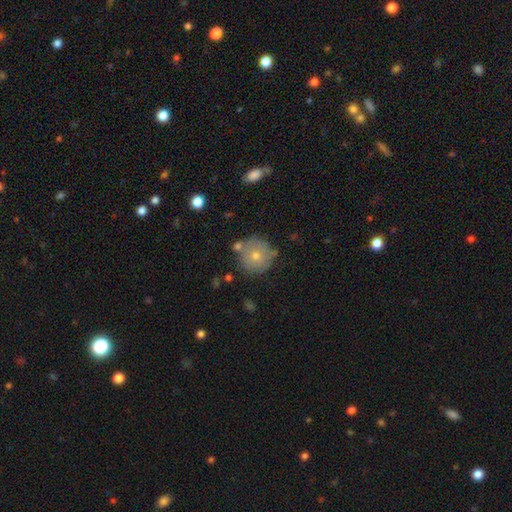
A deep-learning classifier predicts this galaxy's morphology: smooth_or_featured: smooth (p=0.67) [alt: featured or disk p=0.23]
how_rounded: round (p=0.94) [alt: in between p=0.05]
merging: none (p=0.69) [alt: minor disturbance p=0.16]